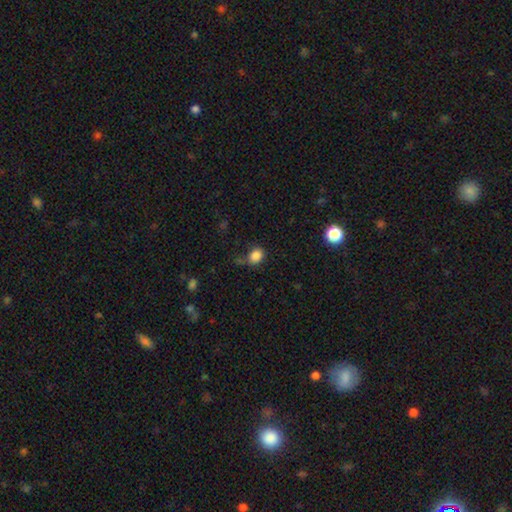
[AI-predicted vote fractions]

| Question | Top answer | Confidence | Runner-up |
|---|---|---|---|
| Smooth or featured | smooth | 85% | star or artifact (11%) |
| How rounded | in between | 51% | round (48%) |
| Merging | none | 65% | minor disturbance (21%) |